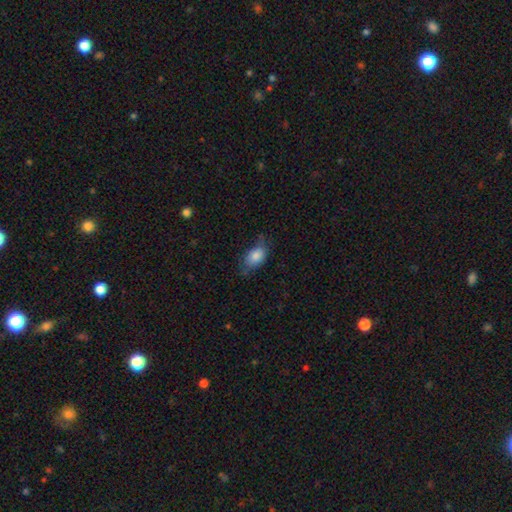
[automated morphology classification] The model was most divided on "merging": none: 53%, minor disturbance: 34%, major disturbance: 12%, merger: 2%. More confident: how rounded — in between (89%); smooth or featured — smooth (82%).